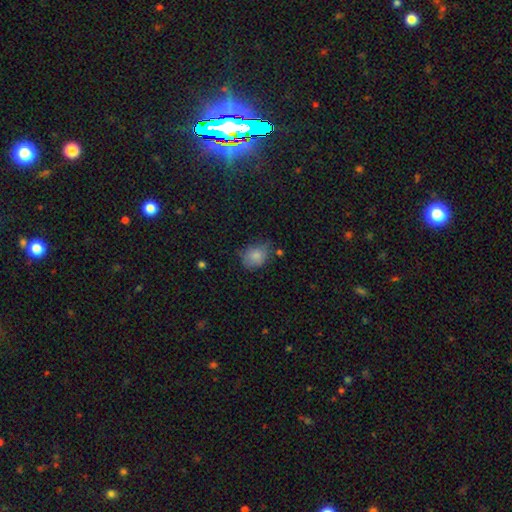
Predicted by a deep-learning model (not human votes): A smooth galaxy with no disk features (81%) that is in between round and cigar-shaped (54%).

Vote fractions:
- Smooth or featured? smooth: 81% / featured or disk: 10% / star or artifact: 9%
- How rounded? in between: 54% / round: 45% / cigar-shaped: 1%
- Merging? none: 57% / minor disturbance: 31% / major disturbance: 8% / merger: 4%